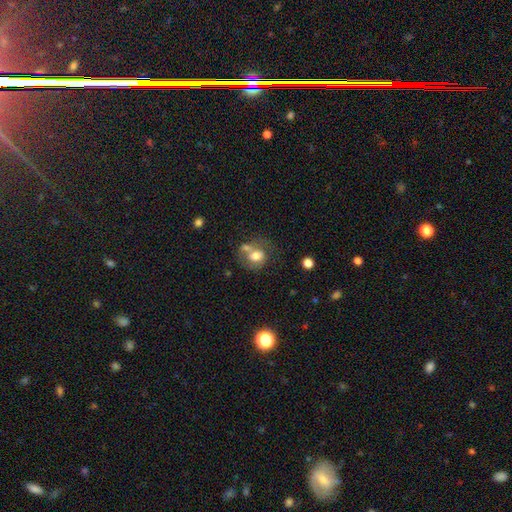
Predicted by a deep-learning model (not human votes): The model was most divided on "merging": merger: 38%, none: 32%, minor disturbance: 17%, major disturbance: 13%. More confident: how rounded — round (60%); smooth or featured — smooth (59%).